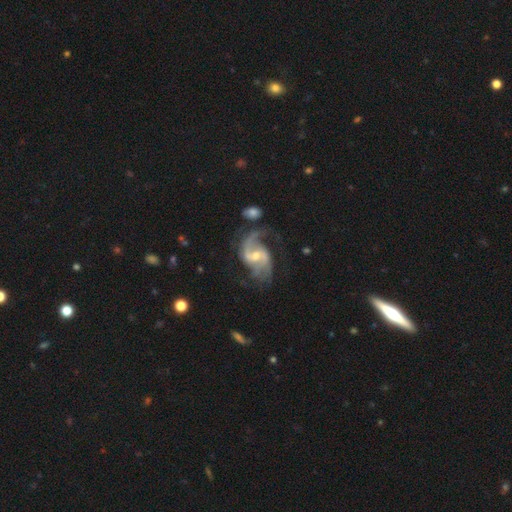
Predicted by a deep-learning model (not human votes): Smooth or featured: featured or disk — 89% (smooth — 5%)
Edge-on disk: no — 98% (yes — 2%)
Bar: weak — 51% (no — 32%)
Spiral arms: yes — 96% (no — 4%)
Spiral winding: loose — 45% (medium — 43%)
Spiral arm count: 2 — 78% (can't tell — 6%)
Bulge size: moderate — 55% (small — 40%)
Merging: none — 53% (minor disturbance — 21%)